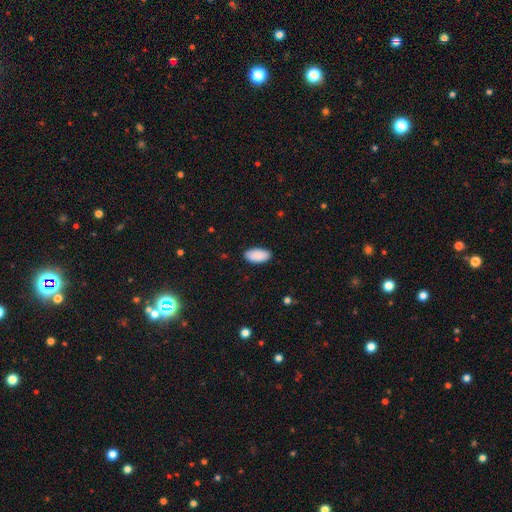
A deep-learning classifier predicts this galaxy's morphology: A smooth galaxy with no disk features (90%) that is in between round and cigar-shaped (95%). Merging: none (87%).